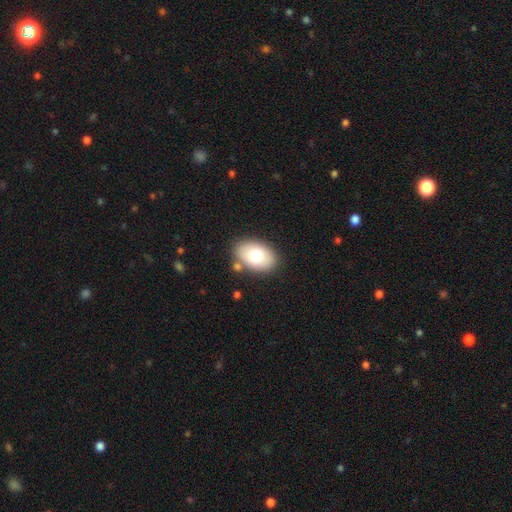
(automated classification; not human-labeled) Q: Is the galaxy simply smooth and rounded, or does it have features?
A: smooth — 72%.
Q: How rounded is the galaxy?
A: in between — 85%.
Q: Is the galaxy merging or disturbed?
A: none — 82%.